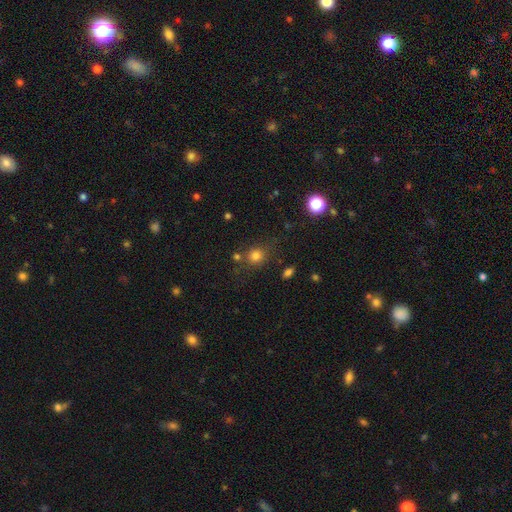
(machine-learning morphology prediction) The model was most divided on "merging": none: 73%, minor disturbance: 12%, merger: 10%, major disturbance: 5%. More confident: how rounded — round (80%); smooth or featured — smooth (78%).